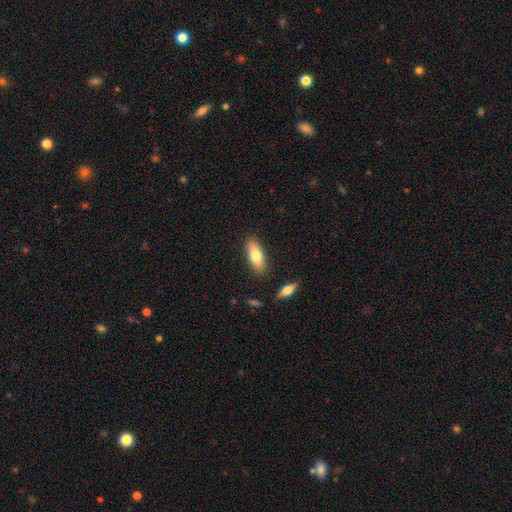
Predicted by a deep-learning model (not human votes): Overall: smooth (74%). How rounded: in between (76%). Merging: none (85%).